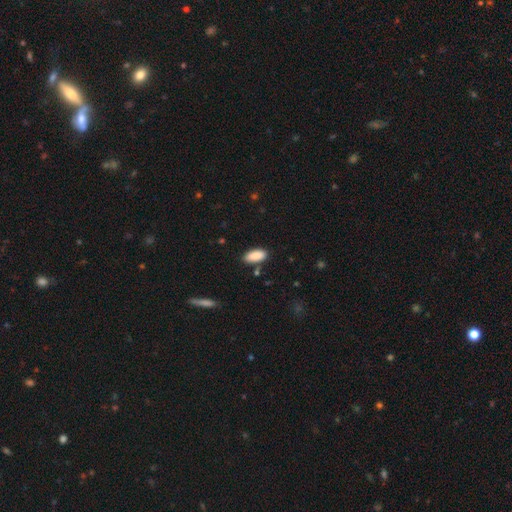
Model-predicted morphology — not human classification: Smooth or featured?
  - smooth: 90% *
  - star or artifact: 7%
  - featured or disk: 4%
How rounded?
  - in between: 90% *
  - cigar-shaped: 9%
  - round: 2%
Merging?
  - none: 83% *
  - minor disturbance: 12%
  - merger: 3%
  - major disturbance: 3%